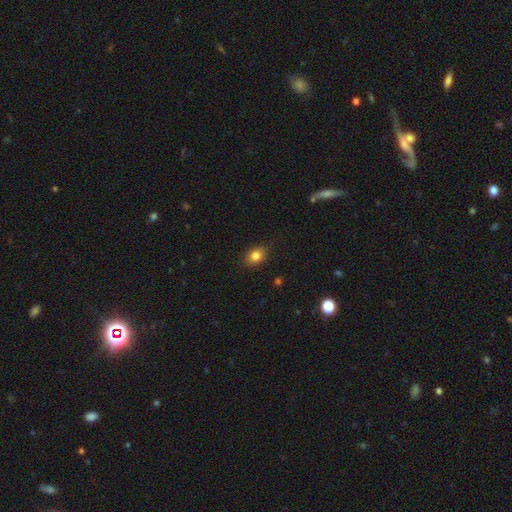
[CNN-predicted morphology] smooth_or_featured: smooth (p=0.83) [alt: star or artifact p=0.10]
how_rounded: in between (p=0.66) [alt: round p=0.32]
merging: none (p=0.87) [alt: minor disturbance p=0.10]